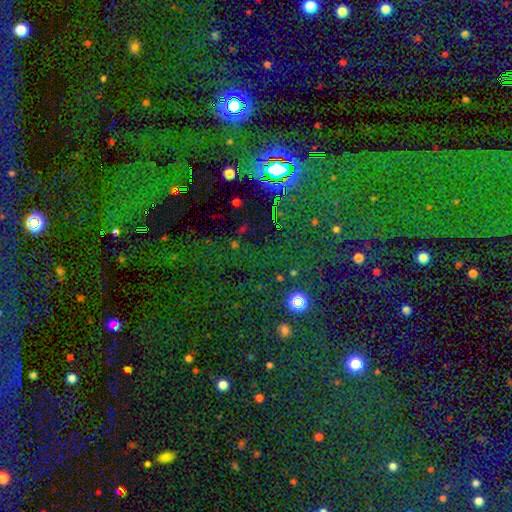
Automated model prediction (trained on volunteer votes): Smooth or featured? star or artifact (77%)